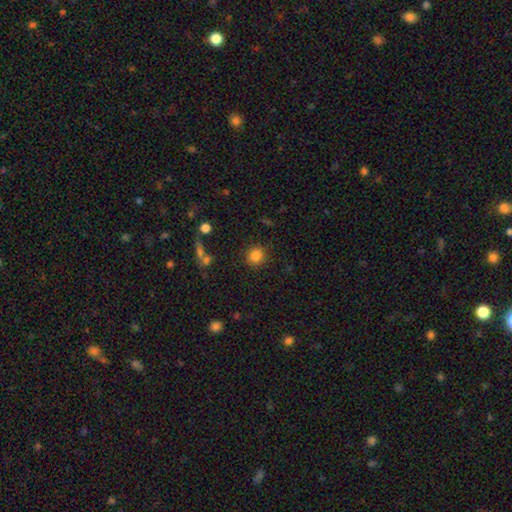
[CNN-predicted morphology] smooth 84%, star or artifact 11%, featured or disk 5%. Down the decision tree: how rounded — round (85%); merging — none (86%).